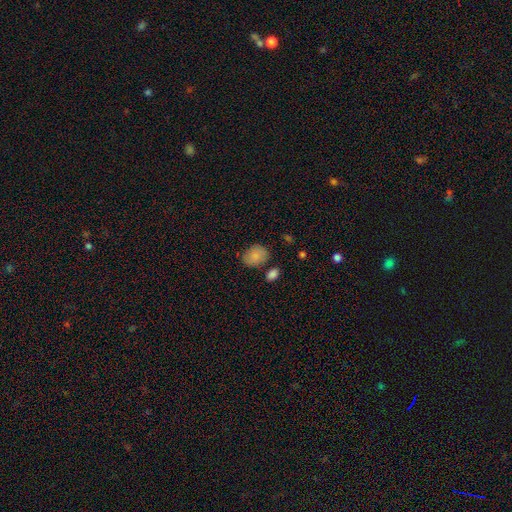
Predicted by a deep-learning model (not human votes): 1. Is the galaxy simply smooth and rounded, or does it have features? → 85% smooth, 8% featured or disk, 8% star or artifact.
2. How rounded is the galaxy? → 57% in between, 41% round, 1% cigar-shaped.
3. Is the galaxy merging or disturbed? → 71% none, 17% minor disturbance, 7% merger, 5% major disturbance.